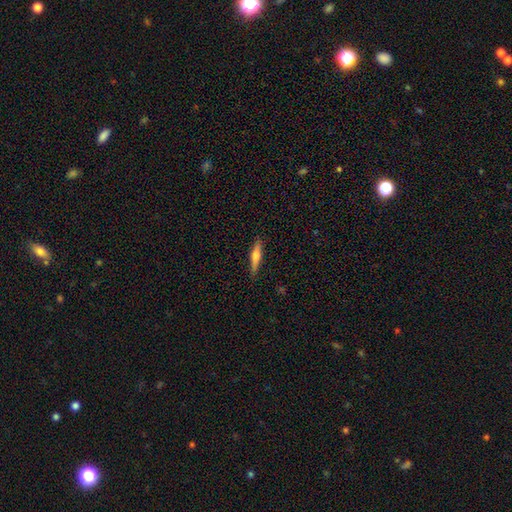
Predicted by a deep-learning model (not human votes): A featured or disk galaxy (48%).

Vote fractions:
- Smooth or featured? featured or disk: 48% / smooth: 46% / star or artifact: 6%
- Merging? none: 89% / minor disturbance: 8% / major disturbance: 2% / merger: 1%